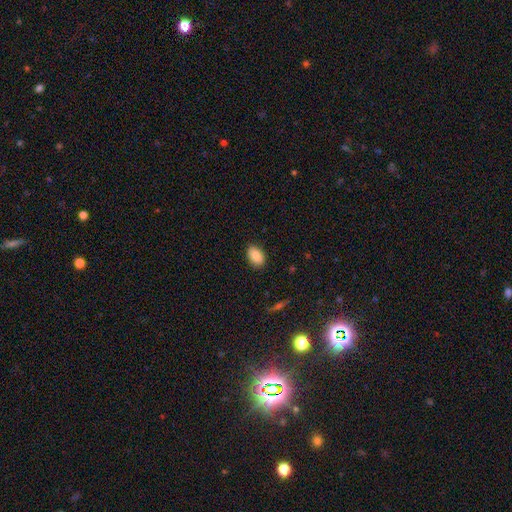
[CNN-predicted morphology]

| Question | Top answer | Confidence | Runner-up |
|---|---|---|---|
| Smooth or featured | smooth | 87% | star or artifact (8%) |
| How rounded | in between | 86% | round (12%) |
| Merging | none | 87% | minor disturbance (10%) |